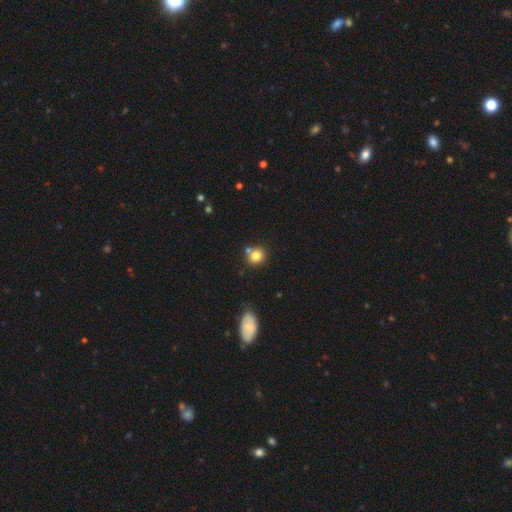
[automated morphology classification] A smooth galaxy with no disk features (80%) that is round (77%). Merging: none (66%).